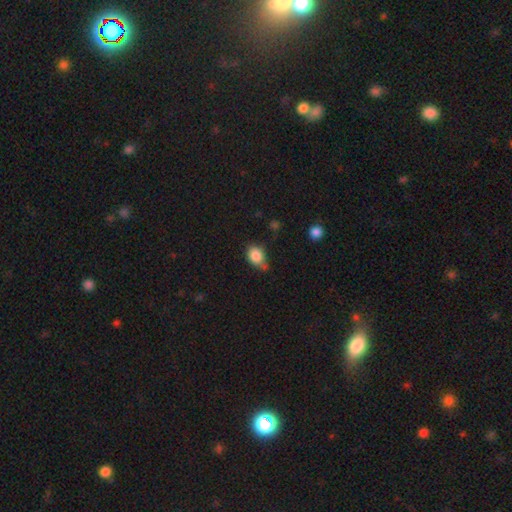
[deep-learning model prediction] Smooth or featured? smooth (85%)
How rounded? in between (65%)
Merging? none (52%)